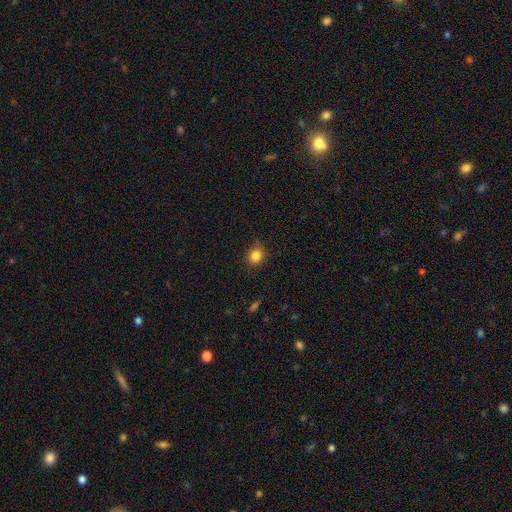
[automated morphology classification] Smooth or featured? Predicted: smooth (p=0.84). How rounded? Predicted: round (p=0.73). Merging? Predicted: none (p=0.76).